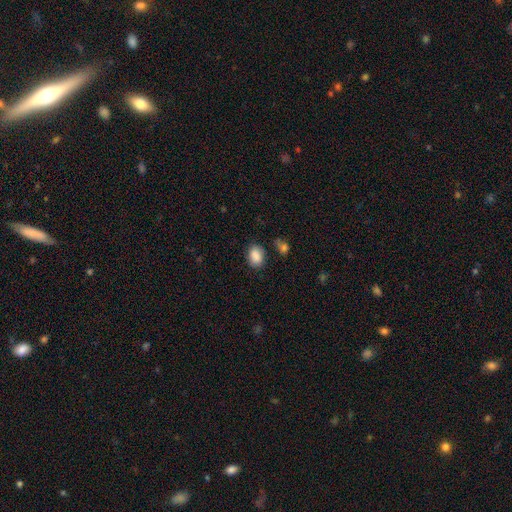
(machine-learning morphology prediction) Smooth or featured? smooth (87%)
How rounded? in between (74%)
Merging? none (73%)